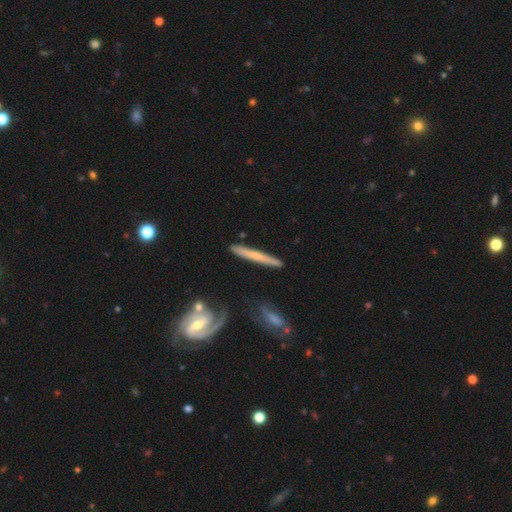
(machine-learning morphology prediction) Overall: featured or disk (53%; smooth 41%). Edge-on disk: yes (83%). Merging: none (84%).